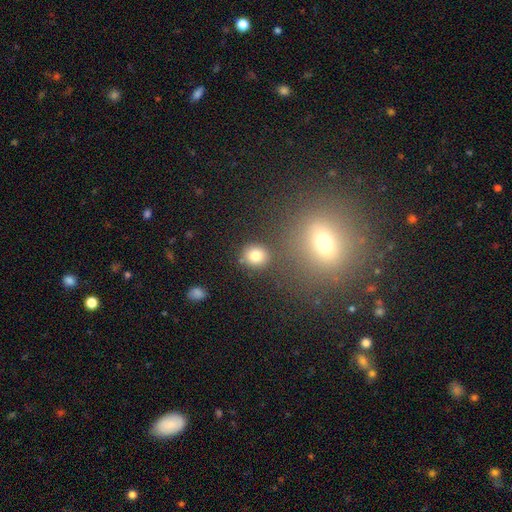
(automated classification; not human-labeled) This is clearly a smooth galaxy (81%). How rounded: likely round (77%). Merging: likely none (80%).